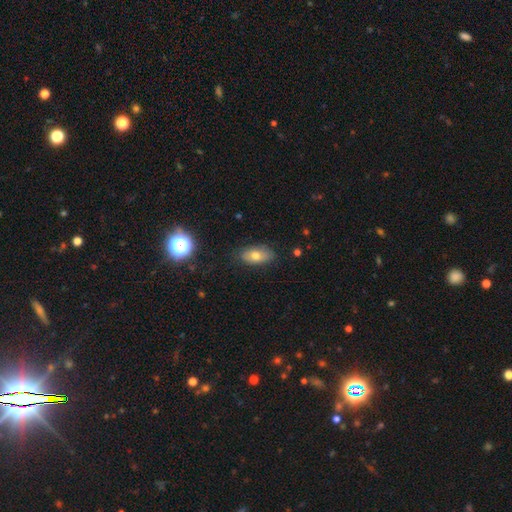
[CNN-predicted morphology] smooth-or-featured: smooth: 70% | featured or disk: 20% | star or artifact: 11%
  how-rounded: in between: 88% | round: 7% | cigar-shaped: 5%
  merging: none: 82% | minor disturbance: 14% | major disturbance: 3% | merger: 1%